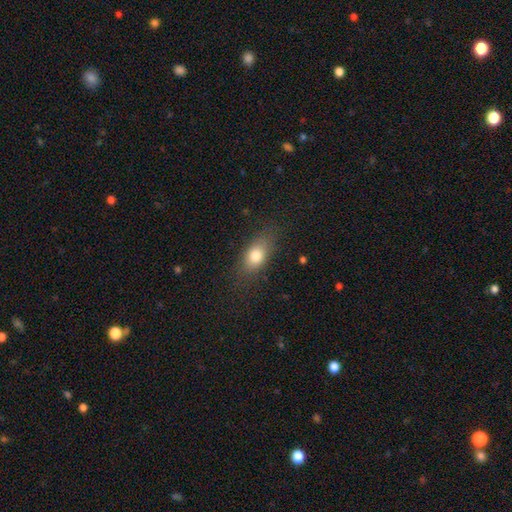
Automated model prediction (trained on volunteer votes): Overall: smooth (79%). How rounded: in between (81%). Merging: none (78%).